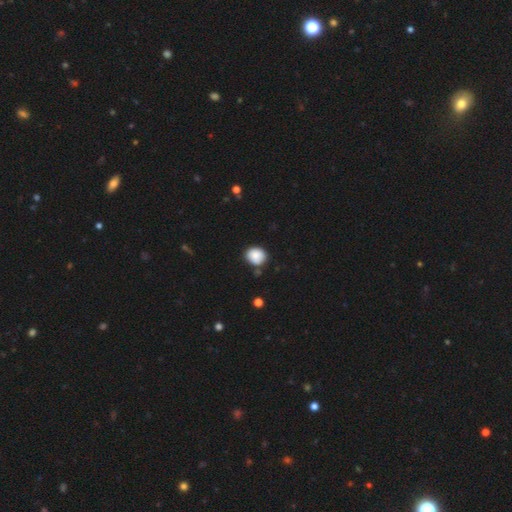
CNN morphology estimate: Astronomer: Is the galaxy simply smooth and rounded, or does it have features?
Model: smooth — 85%.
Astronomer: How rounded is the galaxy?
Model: round — 70%.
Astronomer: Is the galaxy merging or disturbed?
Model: none — 74%.